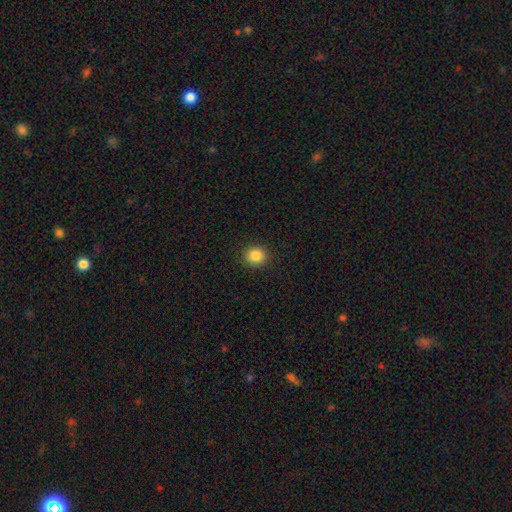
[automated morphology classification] Smooth or featured? Predicted: smooth (p=0.85). How rounded? Predicted: round (p=0.89). Merging? Predicted: none (p=0.92).